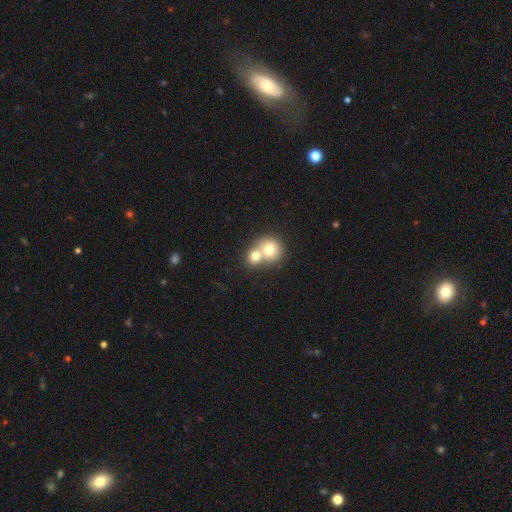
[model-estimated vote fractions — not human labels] smooth-or-featured: smooth: 71% | featured or disk: 19% | star or artifact: 10%
  how-rounded: round: 77% | in between: 23% | cigar-shaped: 1%
  merging: merger: 69% | none: 25% | minor disturbance: 5% | major disturbance: 2%